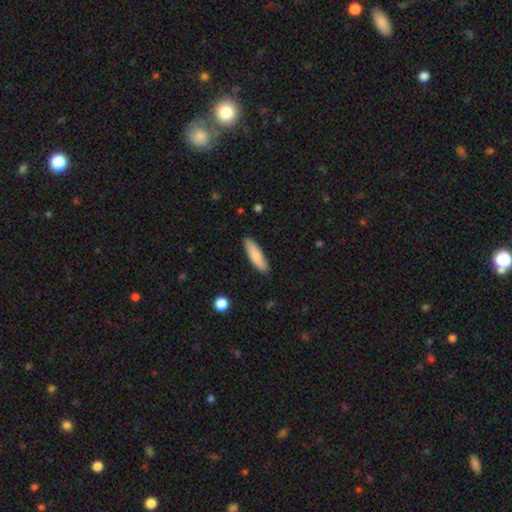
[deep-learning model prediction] smooth-or-featured: smooth: 81% | featured or disk: 14% | star or artifact: 6%
  how-rounded: cigar-shaped: 66% | in between: 33% | round: 2%
  merging: none: 87% | minor disturbance: 10% | major disturbance: 2% | merger: 1%